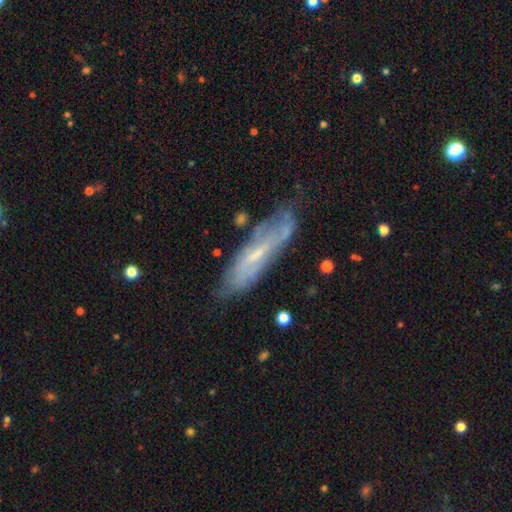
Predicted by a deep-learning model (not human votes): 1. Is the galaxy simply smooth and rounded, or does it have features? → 60% featured or disk, 32% smooth, 8% star or artifact.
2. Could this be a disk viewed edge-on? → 60% no, 40% yes.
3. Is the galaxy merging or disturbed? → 62% none, 25% minor disturbance, 9% major disturbance, 4% merger.